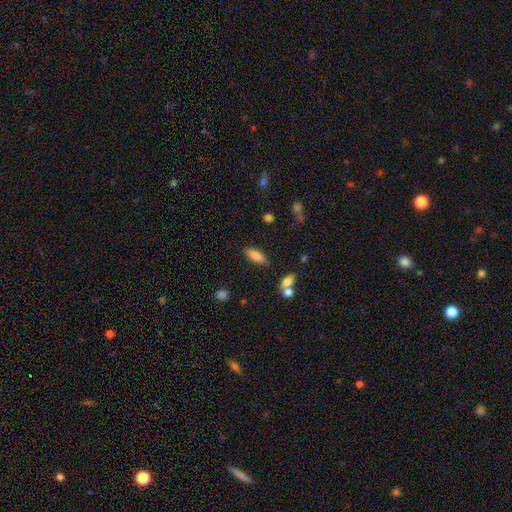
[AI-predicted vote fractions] This appears to be a smooth galaxy with no disk features (78%) that is in between round and cigar-shaped (69%). Merging: none (81%).